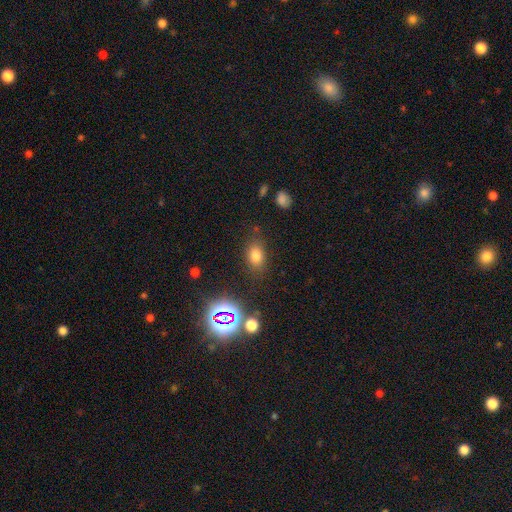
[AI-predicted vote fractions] Q: Smooth or featured?
A: smooth (73%); runner-up: star or artifact (18%)
Q: How rounded?
A: in between (74%); runner-up: round (24%)
Q: Merging?
A: none (77%); runner-up: minor disturbance (14%)